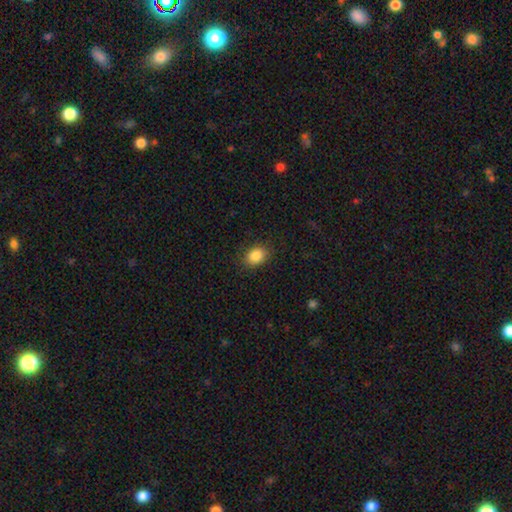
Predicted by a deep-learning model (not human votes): The model was most divided on "how rounded": in between: 73%, round: 26%, cigar-shaped: 1%. More confident: smooth or featured — smooth (87%); merging — none (86%).